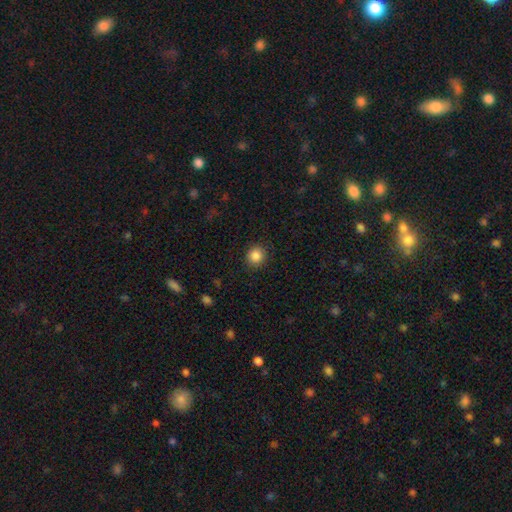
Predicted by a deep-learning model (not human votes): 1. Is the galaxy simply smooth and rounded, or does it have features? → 87% smooth, 10% star or artifact, 3% featured or disk.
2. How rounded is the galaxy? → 90% round, 9% in between, 1% cigar-shaped.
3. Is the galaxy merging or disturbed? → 89% none, 7% minor disturbance, 3% major disturbance, 1% merger.